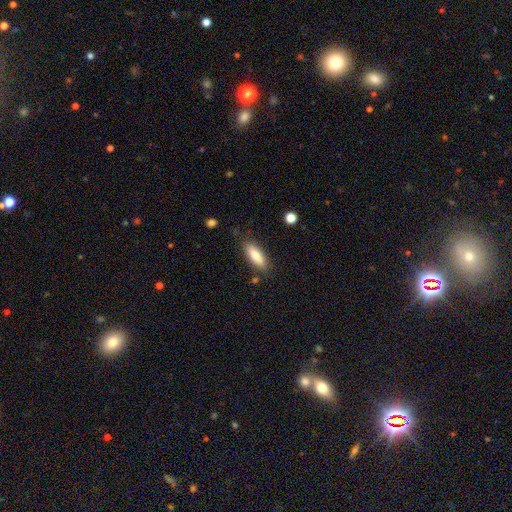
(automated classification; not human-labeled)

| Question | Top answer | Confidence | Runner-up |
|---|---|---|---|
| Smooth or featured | smooth | 81% | featured or disk (13%) |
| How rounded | in between | 64% | cigar-shaped (34%) |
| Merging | none | 82% | minor disturbance (12%) |